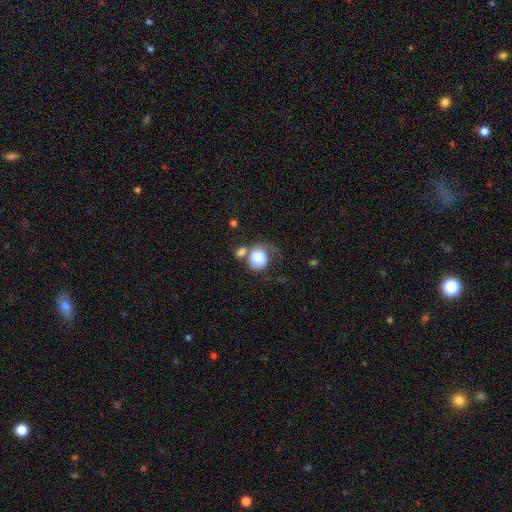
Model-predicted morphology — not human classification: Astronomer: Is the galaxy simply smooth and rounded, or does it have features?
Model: smooth — 65%.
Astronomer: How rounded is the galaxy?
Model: round — 84%.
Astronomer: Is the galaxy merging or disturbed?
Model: none — 50%.